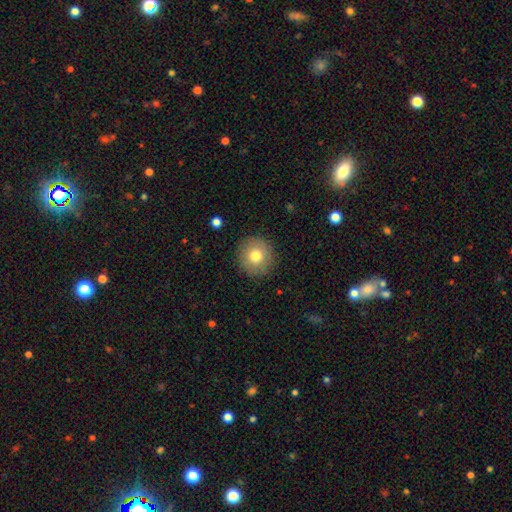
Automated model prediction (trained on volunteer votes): Smooth or featured? Predicted: smooth (p=0.76). How rounded? Predicted: round (p=0.92). Merging? Predicted: none (p=0.89).